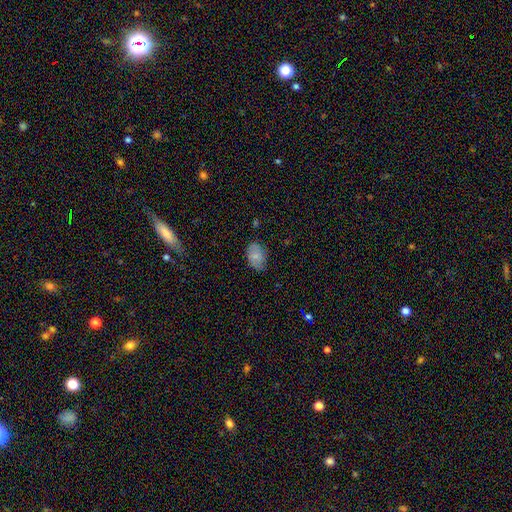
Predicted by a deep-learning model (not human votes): Smooth or featured?
  - smooth: 76% *
  - featured or disk: 16%
  - star or artifact: 8%
How rounded?
  - in between: 85% *
  - round: 14%
  - cigar-shaped: 1%
Merging?
  - none: 76% *
  - minor disturbance: 19%
  - major disturbance: 4%
  - merger: 1%